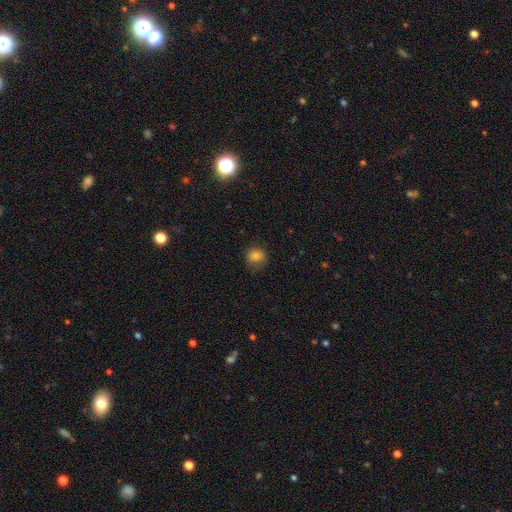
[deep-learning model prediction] Q: Smooth or featured?
A: smooth (81%); runner-up: star or artifact (12%)
Q: How rounded?
A: round (81%); runner-up: in between (19%)
Q: Merging?
A: none (78%); runner-up: minor disturbance (16%)